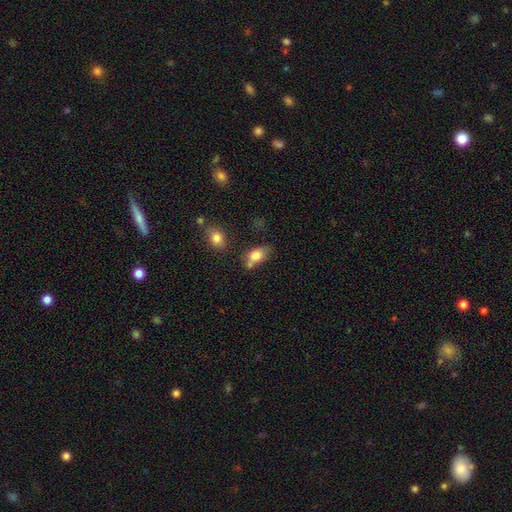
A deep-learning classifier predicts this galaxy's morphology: Smooth or featured? Predicted: smooth (p=0.80). How rounded? Predicted: in between (p=0.84). Merging? Predicted: none (p=0.48).